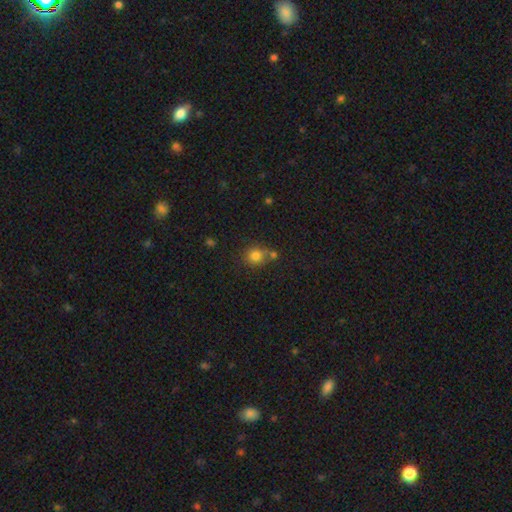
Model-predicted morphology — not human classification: Smooth or featured?
  - smooth: 80% *
  - star or artifact: 13%
  - featured or disk: 7%
How rounded?
  - round: 83% *
  - in between: 16%
  - cigar-shaped: 1%
Merging?
  - none: 59% *
  - merger: 24%
  - minor disturbance: 13%
  - major disturbance: 4%